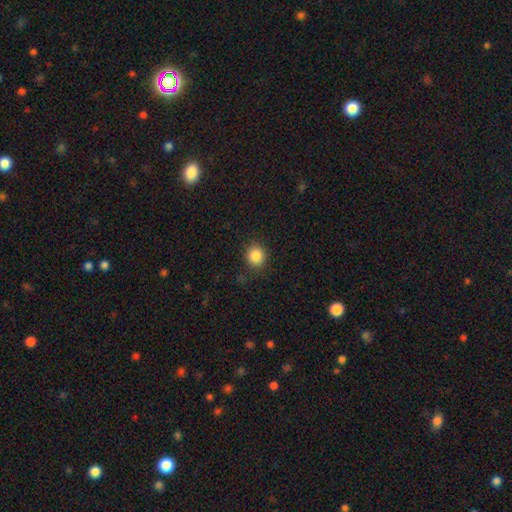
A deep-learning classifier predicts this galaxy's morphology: Smooth or featured? smooth (86%)
How rounded? round (83%)
Merging? none (86%)